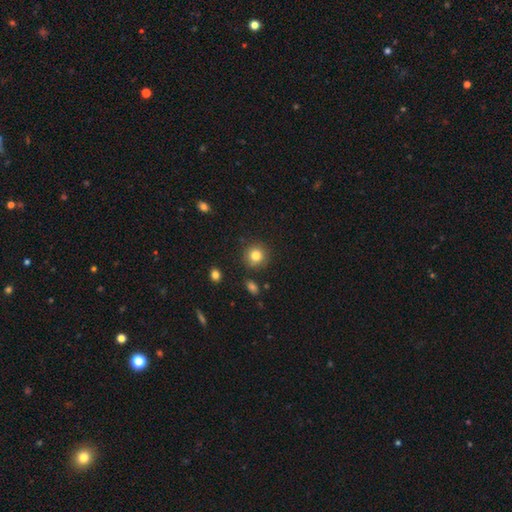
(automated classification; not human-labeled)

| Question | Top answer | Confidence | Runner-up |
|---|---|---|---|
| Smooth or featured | smooth | 81% | star or artifact (11%) |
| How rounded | round | 91% | in between (8%) |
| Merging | none | 86% | minor disturbance (8%) |